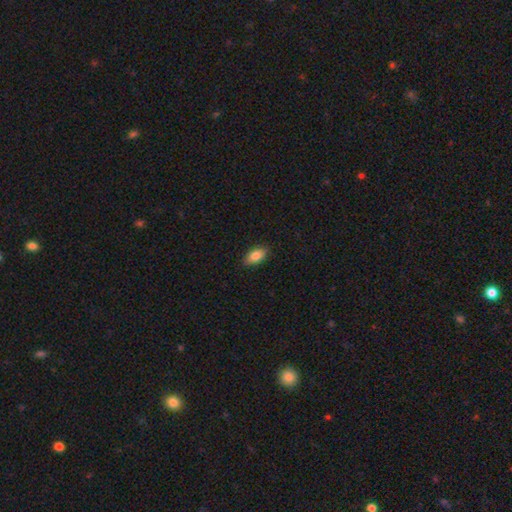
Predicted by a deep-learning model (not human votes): Morphology: type=smooth (83%); roundness=in between (89%); merging=none (86%).